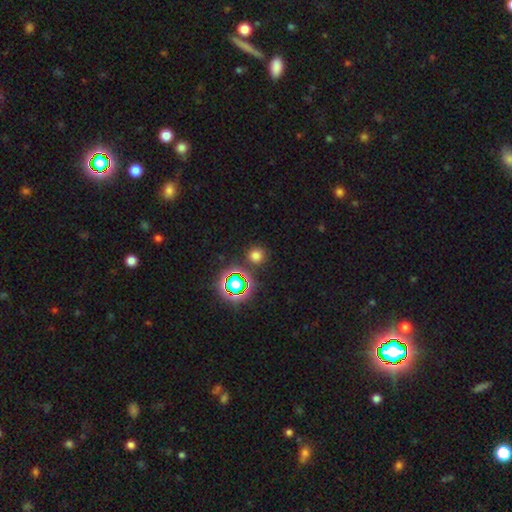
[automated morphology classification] Smooth or featured? Predicted: smooth (p=0.70). How rounded? Predicted: round (p=0.93). Merging? Predicted: none (p=0.85).